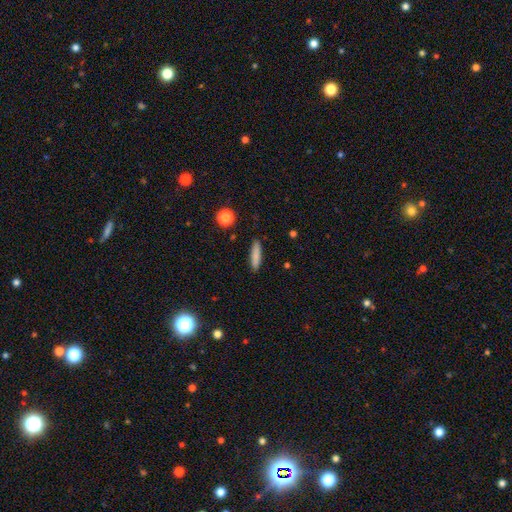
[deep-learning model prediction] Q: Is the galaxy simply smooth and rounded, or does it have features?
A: smooth — 82%.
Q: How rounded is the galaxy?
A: cigar-shaped — 79%.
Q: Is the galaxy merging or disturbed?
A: none — 89%.